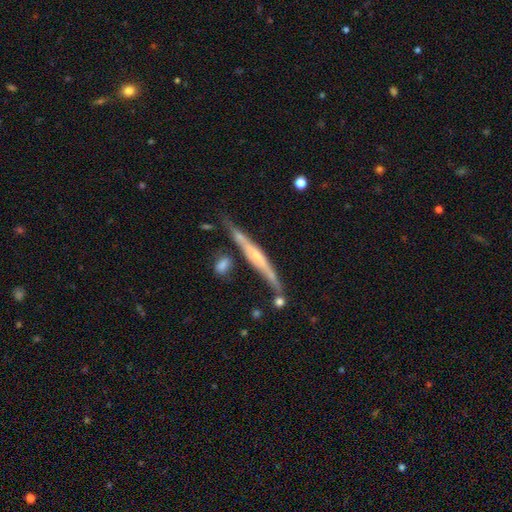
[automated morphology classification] Smooth or featured? featured or disk (72%)
Edge-on disk? yes (94%)
Edge-on bulge? rounded (51%)
Merging? none (67%)